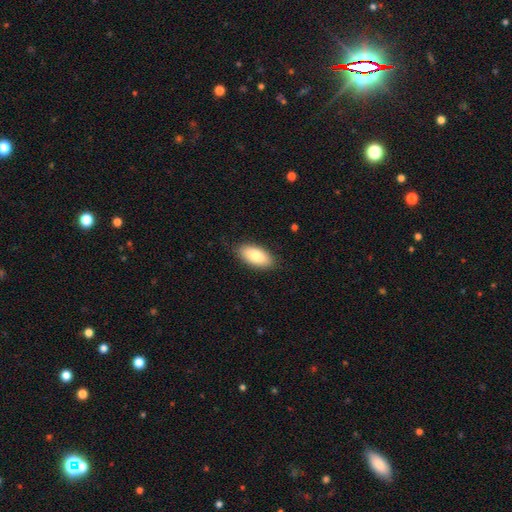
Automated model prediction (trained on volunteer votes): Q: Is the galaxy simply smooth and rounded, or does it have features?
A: smooth — 81%.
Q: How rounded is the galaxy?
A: in between — 91%.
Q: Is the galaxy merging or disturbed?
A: none — 86%.